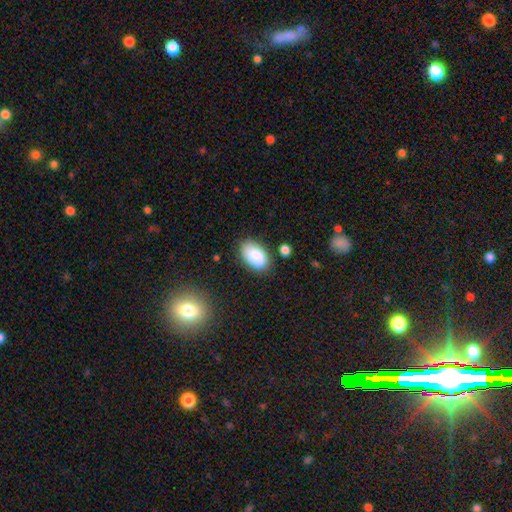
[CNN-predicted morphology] Smooth or featured? Predicted: smooth (p=0.86). How rounded? Predicted: in between (p=0.93). Merging? Predicted: none (p=0.80).